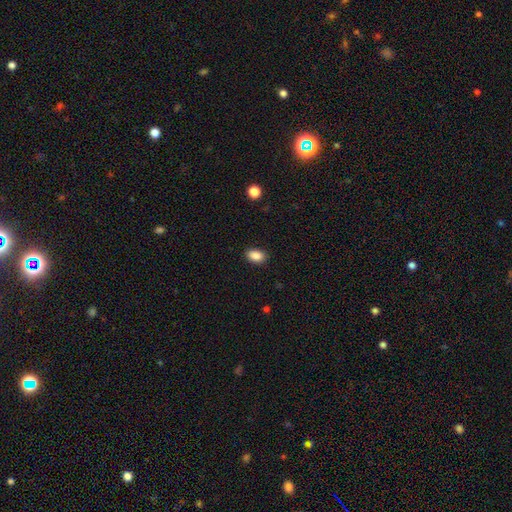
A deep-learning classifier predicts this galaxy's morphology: smooth 88%, star or artifact 8%, featured or disk 3%. Down the decision tree: how rounded — in between (88%); merging — none (88%).